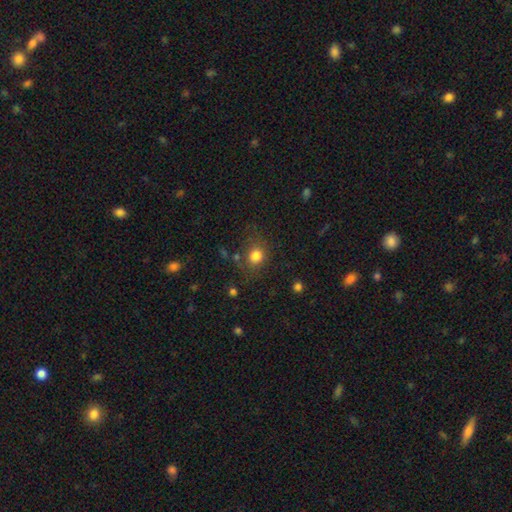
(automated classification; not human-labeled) smooth-or-featured: smooth: 81% | star or artifact: 12% | featured or disk: 7%
  how-rounded: round: 77% | in between: 22% | cigar-shaped: 1%
  merging: none: 73% | minor disturbance: 15% | major disturbance: 7% | merger: 5%